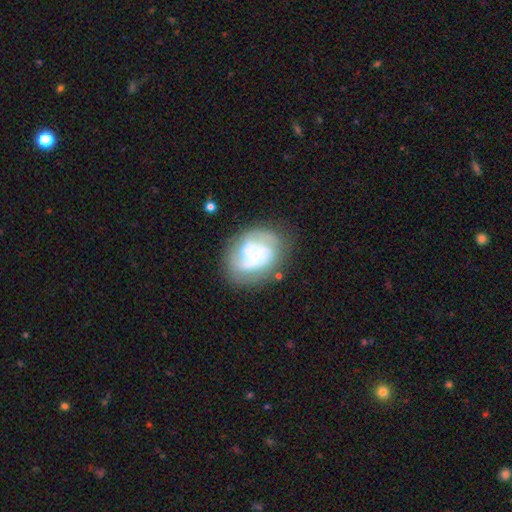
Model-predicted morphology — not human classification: Smooth or featured?
  - featured or disk: 71% *
  - smooth: 22%
  - star or artifact: 7%
Edge-on disk?
  - no: 97% *
  - yes: 3%
Bar?
  - no: 74% *
  - weak: 21%
  - strong: 5%
Spiral arms?
  - yes: 74% *
  - no: 26%
Spiral winding?
  - tight: 50% *
  - medium: 36%
  - loose: 15%
Spiral arm count?
  - 2: 43% *
  - can't tell: 30%
  - 3: 14%
  - 1: 8%
  - 4: 3%
  - more than 4: 2%
Bulge size?
  - moderate: 53% *
  - small: 41%
  - large: 4%
  - none: 1%
  - dominant: 1%
Merging?
  - none: 63% *
  - minor disturbance: 20%
  - major disturbance: 11%
  - merger: 6%